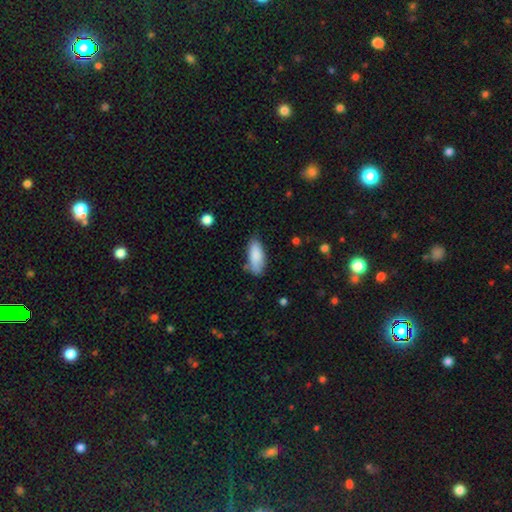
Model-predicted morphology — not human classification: Overall: smooth (86%). How rounded: in between (78%). Merging: none (71%).